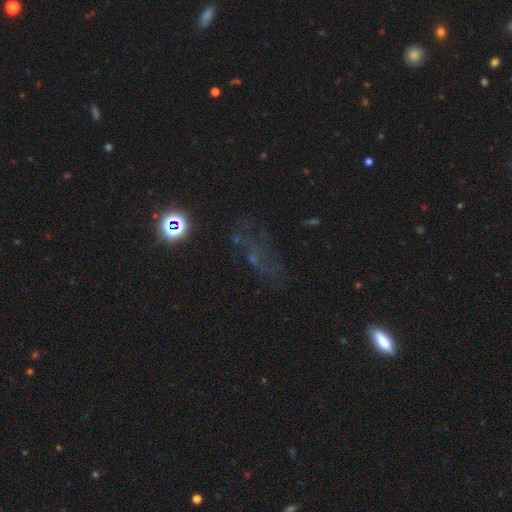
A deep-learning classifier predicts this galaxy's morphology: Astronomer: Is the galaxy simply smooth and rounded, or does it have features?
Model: star or artifact — 40% (runner-up: featured or disk, 32%).